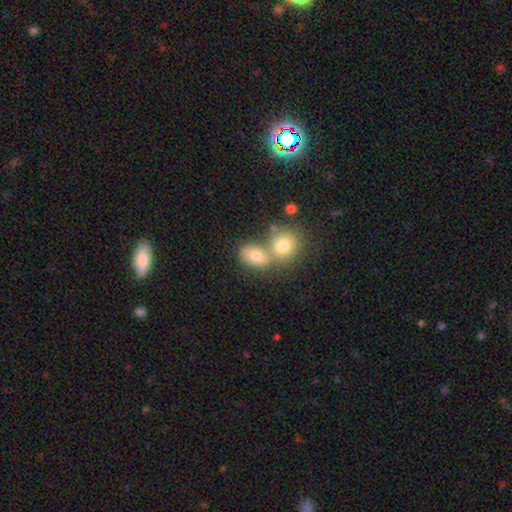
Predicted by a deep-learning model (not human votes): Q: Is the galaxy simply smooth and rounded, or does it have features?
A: smooth — 75%.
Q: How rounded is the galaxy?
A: in between — 58%.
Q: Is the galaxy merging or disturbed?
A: merger — 49%.